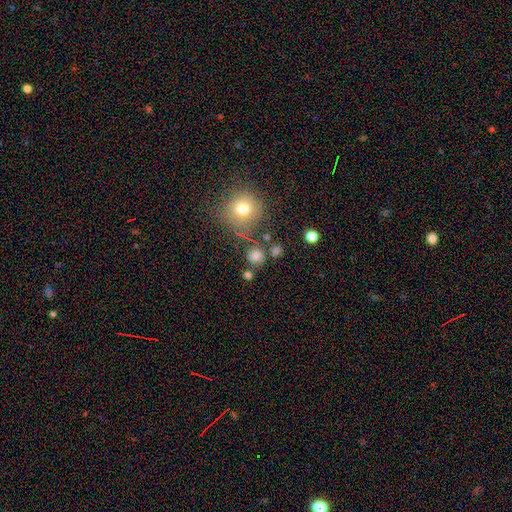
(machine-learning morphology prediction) Smooth or featured? smooth (75%)
How rounded? round (89%)
Merging? none (72%)